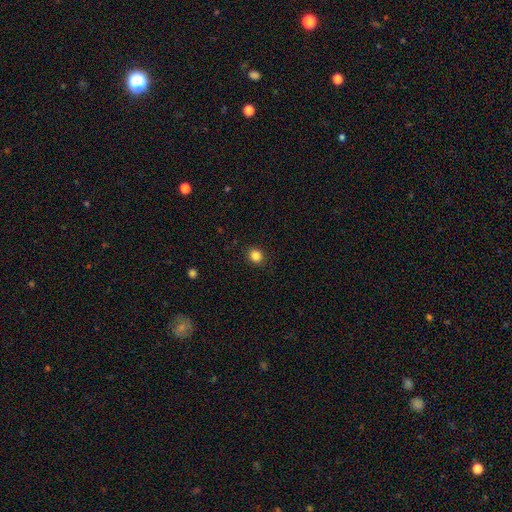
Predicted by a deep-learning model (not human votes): This is clearly a smooth galaxy (84%). How rounded: clearly round (80%). Merging: clearly none (91%).